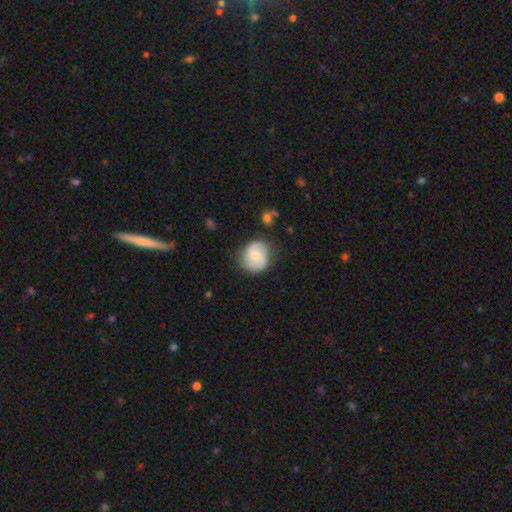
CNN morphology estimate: A featured or disk galaxy (57%) with no bar (66%), spiral arms (89%) and a moderate central bulge (48%). Merging: none (72%).